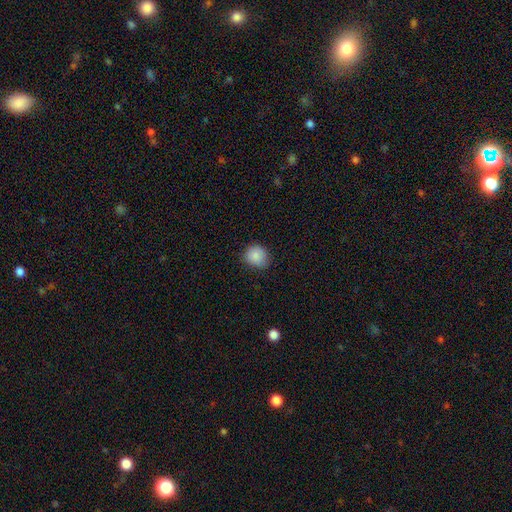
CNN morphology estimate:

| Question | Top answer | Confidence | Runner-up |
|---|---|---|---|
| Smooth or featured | smooth | 87% | star or artifact (9%) |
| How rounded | round | 80% | in between (19%) |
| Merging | none | 79% | minor disturbance (17%) |